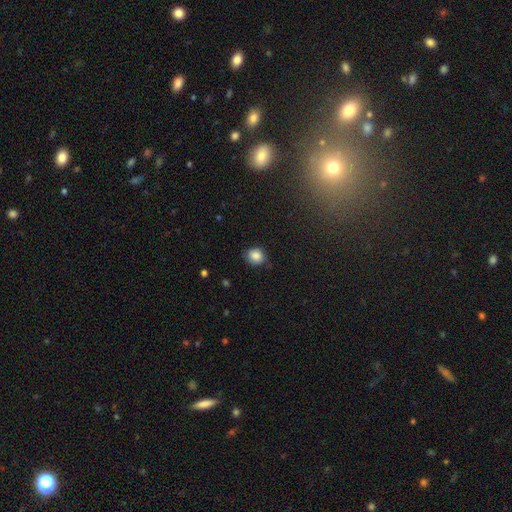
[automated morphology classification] A smooth galaxy with no disk features (84%) that is round (79%). Merging: none (73%).